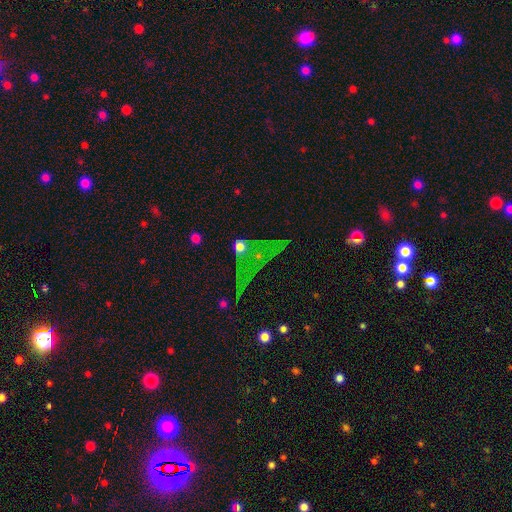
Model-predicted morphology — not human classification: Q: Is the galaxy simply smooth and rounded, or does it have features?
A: star or artifact — 68%.